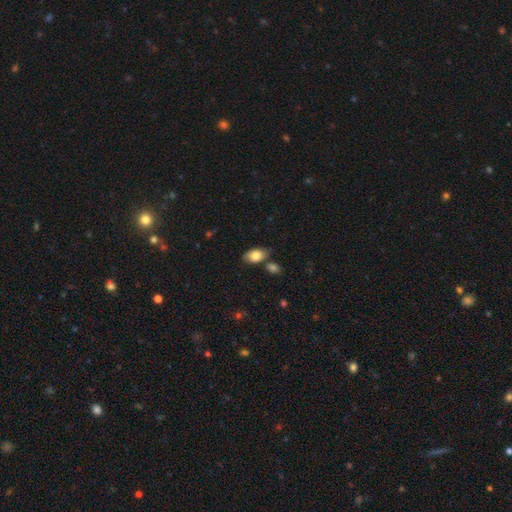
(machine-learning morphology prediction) smooth 78%, featured or disk 15%, star or artifact 7%. Down the decision tree: how rounded — in between (89%); merging — none (62%).